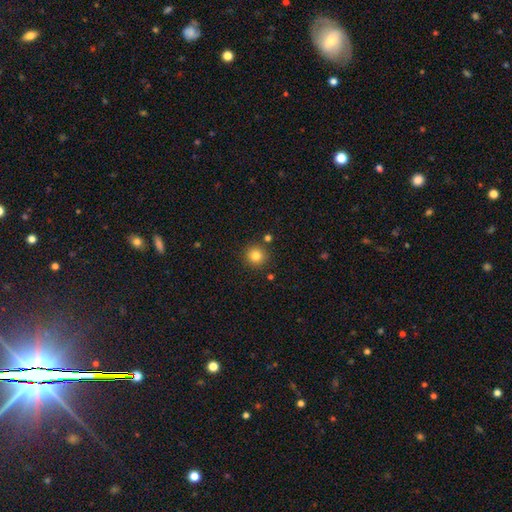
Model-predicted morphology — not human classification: This appears to be a smooth galaxy with no disk features (82%) that is round (94%). Merging: none (87%).